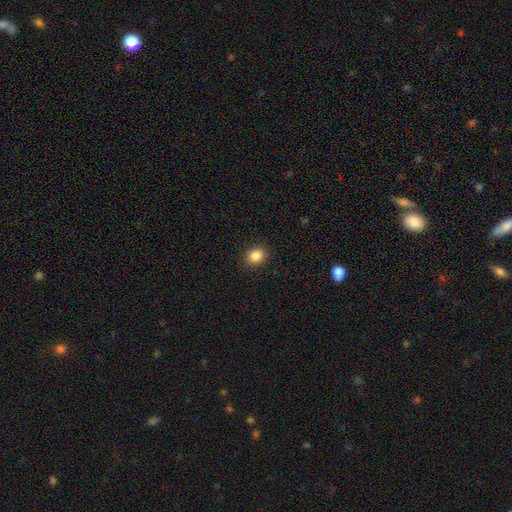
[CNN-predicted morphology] Smooth or featured?
  - smooth: 86% *
  - star or artifact: 10%
  - featured or disk: 4%
How rounded?
  - round: 62% *
  - in between: 37%
  - cigar-shaped: 1%
Merging?
  - none: 90% *
  - minor disturbance: 7%
  - major disturbance: 2%
  - merger: 1%